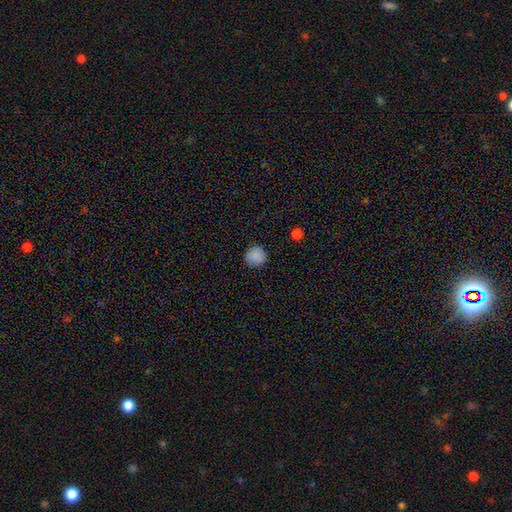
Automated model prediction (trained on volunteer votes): Q: Smooth or featured?
A: smooth (87%); runner-up: star or artifact (9%)
Q: How rounded?
A: round (92%); runner-up: in between (7%)
Q: Merging?
A: none (89%); runner-up: minor disturbance (8%)